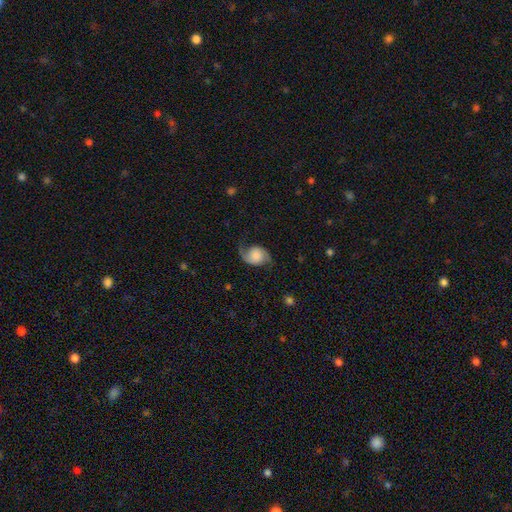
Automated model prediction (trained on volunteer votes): Smooth or featured?
  - featured or disk: 73% *
  - smooth: 20%
  - star or artifact: 7%
Edge-on disk?
  - no: 98% *
  - yes: 2%
Bar?
  - no: 72% *
  - weak: 24%
  - strong: 5%
Spiral arms?
  - yes: 95% *
  - no: 5%
Spiral winding?
  - loose: 54% *
  - medium: 34%
  - tight: 12%
Spiral arm count?
  - 2: 88% *
  - 1: 7%
  - can't tell: 2%
  - 3: 1%
  - 4: 1%
  - more than 4: 1%
Bulge size?
  - moderate: 26% *
  - small: 25%
  - large: 21%
  - none: 19%
  - dominant: 9%
Merging?
  - none: 66% *
  - minor disturbance: 21%
  - major disturbance: 11%
  - merger: 1%